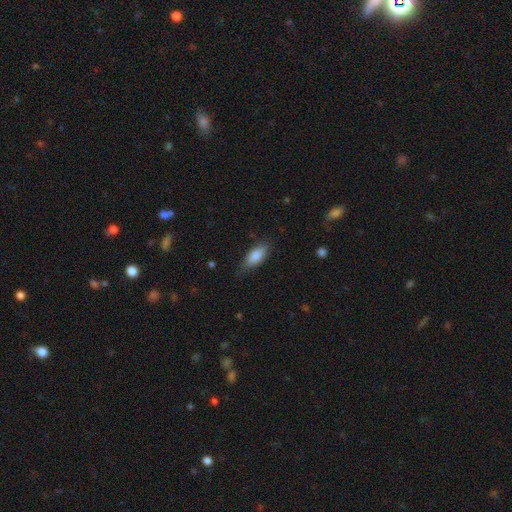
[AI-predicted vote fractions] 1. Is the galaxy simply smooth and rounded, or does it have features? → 83% smooth, 10% featured or disk, 6% star or artifact.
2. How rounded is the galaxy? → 83% in between, 14% cigar-shaped, 2% round.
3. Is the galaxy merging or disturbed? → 71% none, 22% minor disturbance, 5% major disturbance, 1% merger.